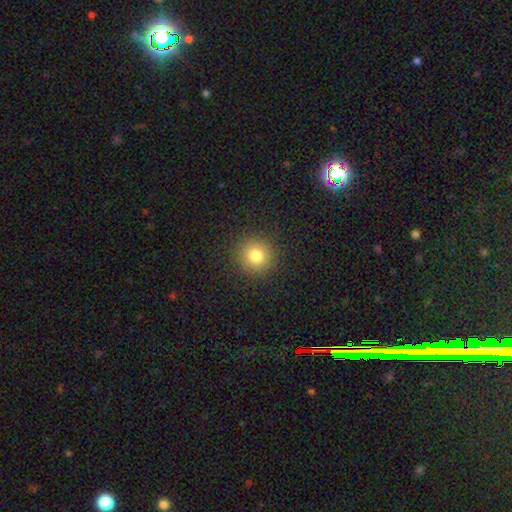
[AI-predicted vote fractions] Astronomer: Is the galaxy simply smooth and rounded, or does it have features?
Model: smooth — 79%.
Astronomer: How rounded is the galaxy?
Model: round — 94%.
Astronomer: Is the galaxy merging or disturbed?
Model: none — 91%.